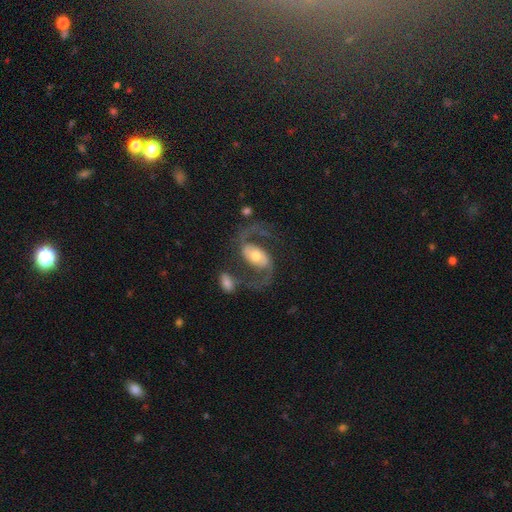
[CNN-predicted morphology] Q: Smooth or featured?
A: featured or disk (89%); runner-up: smooth (6%)
Q: Edge-on disk?
A: no (97%); runner-up: yes (3%)
Q: Bar?
A: no (40%); runner-up: weak (35%)
Q: Spiral arms?
A: yes (96%); runner-up: no (4%)
Q: Spiral winding?
A: loose (52%); runner-up: medium (40%)
Q: Spiral arm count?
A: 2 (94%); runner-up: 1 (2%)
Q: Bulge size?
A: moderate (66%); runner-up: small (18%)
Q: Merging?
A: none (63%); runner-up: major disturbance (14%)